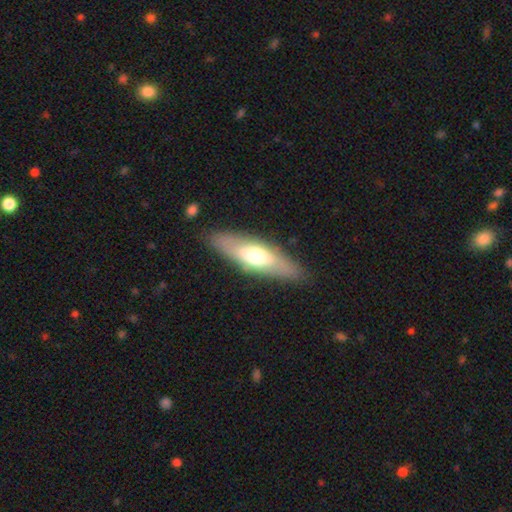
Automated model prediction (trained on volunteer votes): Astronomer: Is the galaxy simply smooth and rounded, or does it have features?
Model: smooth — 54% (runner-up: featured or disk, 40%).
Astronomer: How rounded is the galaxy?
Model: in between — 52% (runner-up: cigar-shaped, 46%).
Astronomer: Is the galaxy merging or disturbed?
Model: none — 85%.